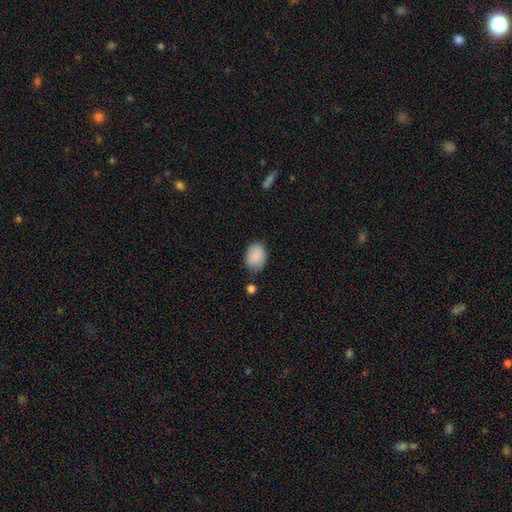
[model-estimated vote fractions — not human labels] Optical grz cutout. It shows a smooth galaxy with no disk features (88%) that is in between round and cigar-shaped (76%). Merging: none (71%).